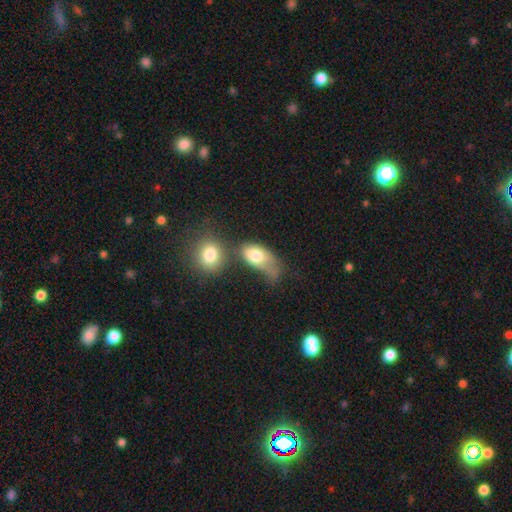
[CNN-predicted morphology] Smooth or featured: smooth — 74% (featured or disk — 17%)
How rounded: in between — 79% (round — 18%)
Merging: merger — 33% (major disturbance — 24%)